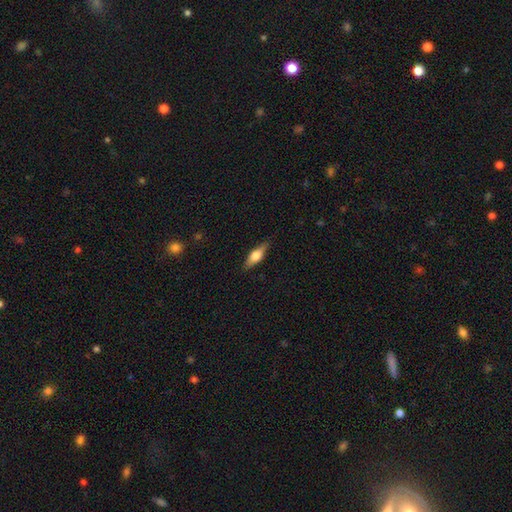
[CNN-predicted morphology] smooth-or-featured: smooth: 49% | featured or disk: 44% | star or artifact: 6%
  merging: none: 86% | minor disturbance: 11% | major disturbance: 2% | merger: 1%